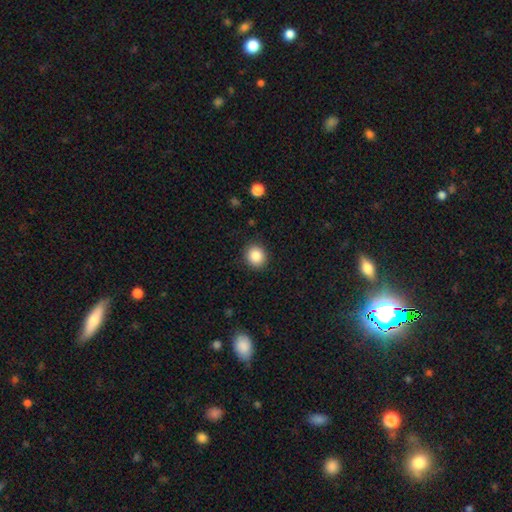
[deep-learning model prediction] Morphology: type=smooth (86%); roundness=round (81%); merging=none (90%).